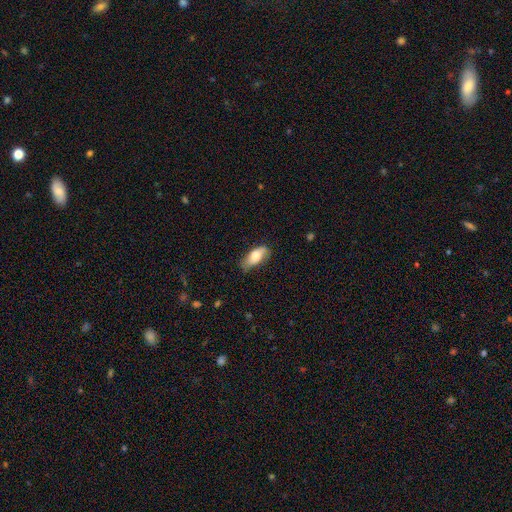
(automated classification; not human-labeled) Q: Smooth or featured?
A: smooth (74%); runner-up: featured or disk (20%)
Q: How rounded?
A: in between (86%); runner-up: cigar-shaped (12%)
Q: Merging?
A: none (65%); runner-up: minor disturbance (28%)